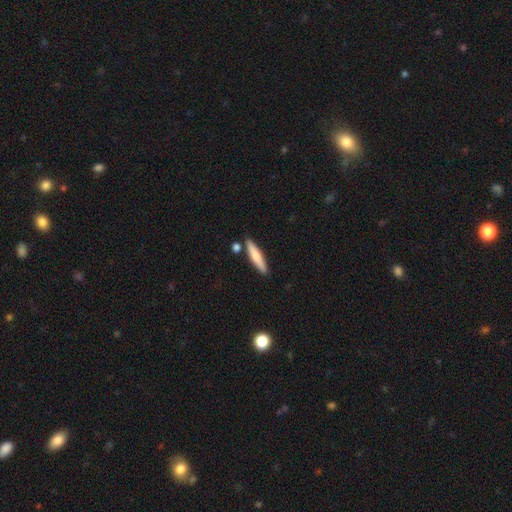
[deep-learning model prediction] Overall: smooth (68%). How rounded: cigar-shaped (83%). Merging: none (83%).